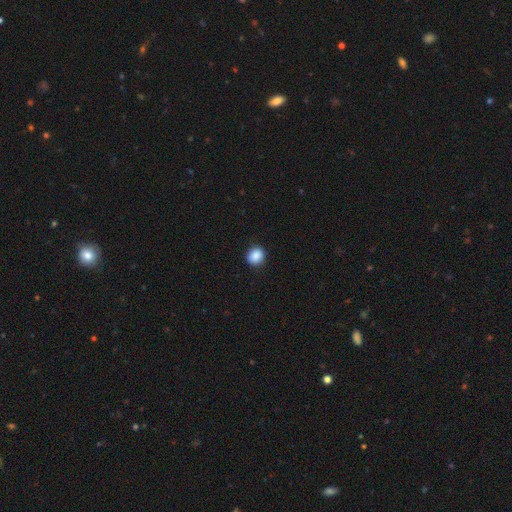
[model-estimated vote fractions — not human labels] Smooth or featured: smooth — 88% (star or artifact — 9%)
How rounded: round — 82% (in between — 17%)
Merging: none — 90% (minor disturbance — 7%)